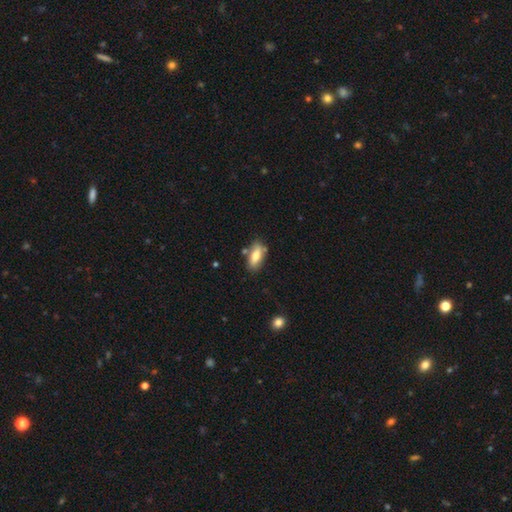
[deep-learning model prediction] smooth-or-featured: smooth: 72% | featured or disk: 21% | star or artifact: 7%
  how-rounded: in between: 80% | cigar-shaped: 18% | round: 3%
  merging: none: 71% | minor disturbance: 17% | merger: 8% | major disturbance: 4%